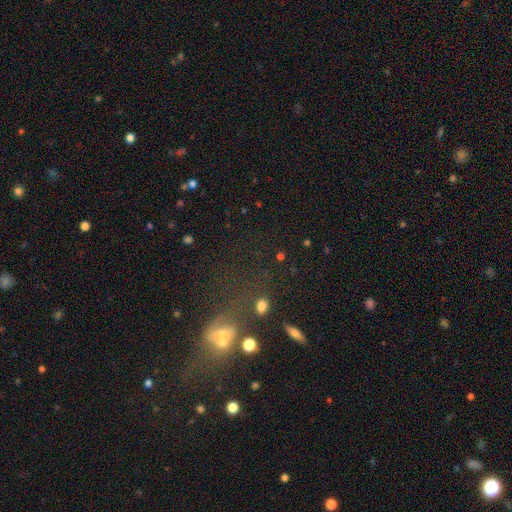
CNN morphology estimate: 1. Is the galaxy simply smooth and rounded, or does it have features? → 47% star or artifact, 34% smooth, 18% featured or disk.